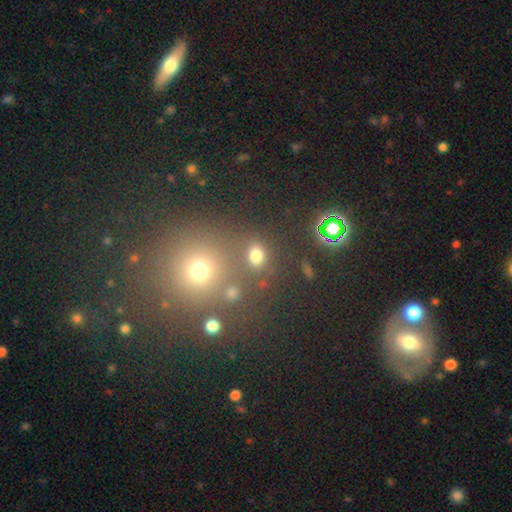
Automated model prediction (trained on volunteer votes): Q: Smooth or featured?
A: smooth (72%); runner-up: star or artifact (21%)
Q: How rounded?
A: in between (50%); runner-up: round (48%)
Q: Merging?
A: none (71%); runner-up: merger (13%)